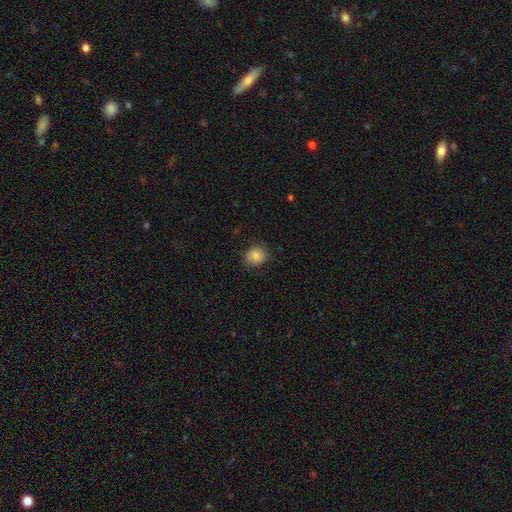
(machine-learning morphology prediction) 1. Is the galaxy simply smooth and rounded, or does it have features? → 84% smooth, 9% star or artifact, 7% featured or disk.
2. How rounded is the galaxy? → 71% round, 28% in between, 1% cigar-shaped.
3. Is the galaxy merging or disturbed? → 82% none, 14% minor disturbance, 3% major disturbance, 1% merger.